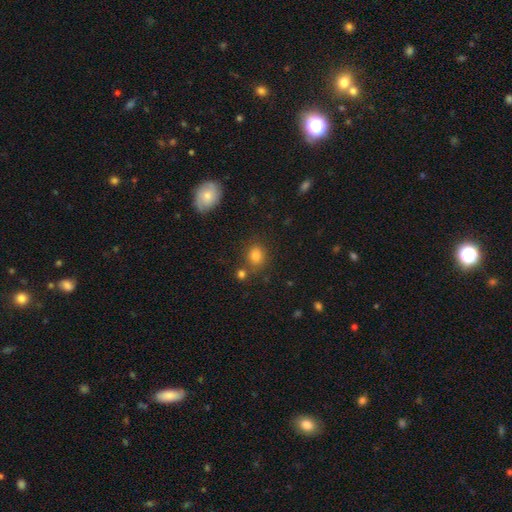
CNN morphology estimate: A smooth galaxy with no disk features (80%) that is round (63%). Merging: none (71%).